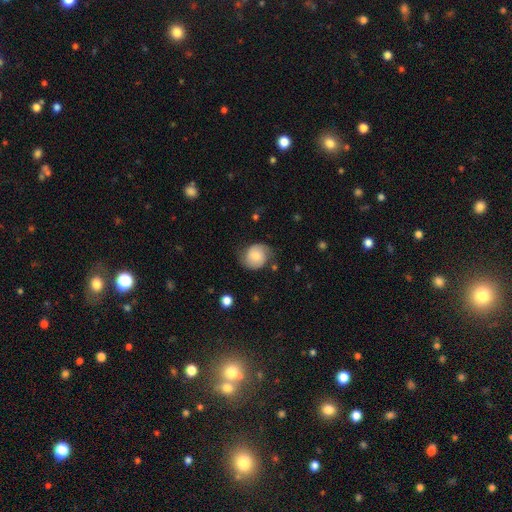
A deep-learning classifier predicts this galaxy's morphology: smooth_or_featured: smooth (p=0.50) [alt: featured or disk p=0.42]
merging: none (p=0.67) [alt: minor disturbance p=0.23]